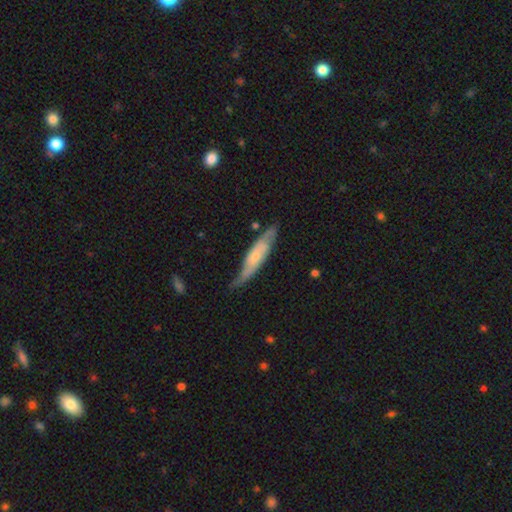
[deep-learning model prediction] Smooth or featured: featured or disk — 59% (smooth — 36%)
Edge-on disk: no — 61% (yes — 39%)
Merging: none — 61% (minor disturbance — 28%)